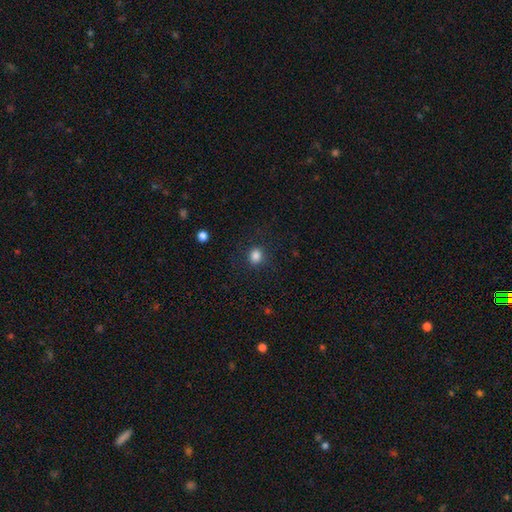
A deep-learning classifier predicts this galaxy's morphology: This is clearly a smooth galaxy (84%). How rounded: likely round (71%). Merging: clearly none (86%).